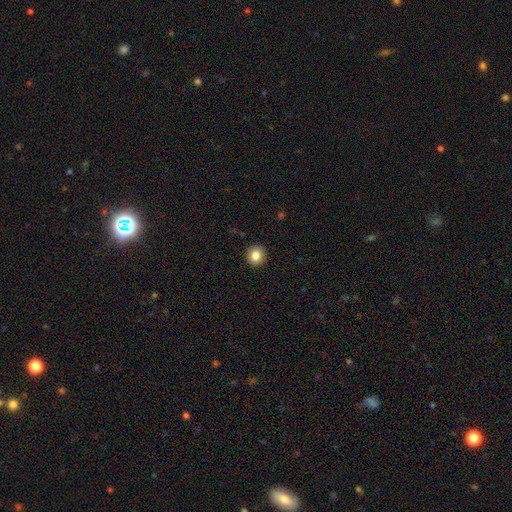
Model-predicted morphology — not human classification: This is clearly a smooth galaxy (83%). How rounded: clearly round (89%). Merging: clearly none (92%).